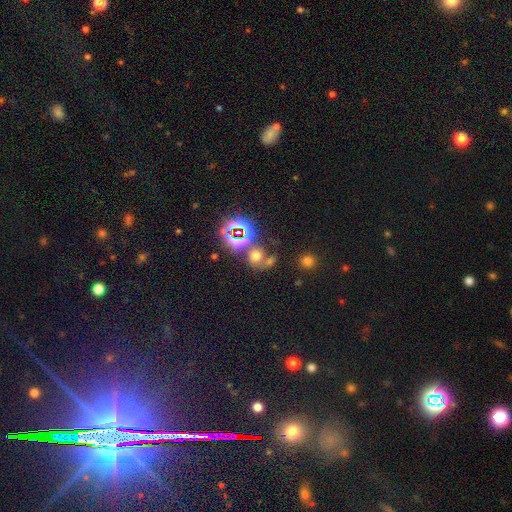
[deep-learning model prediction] A smooth galaxy with no disk features (51%) that is round (69%). Merging: none (46%).